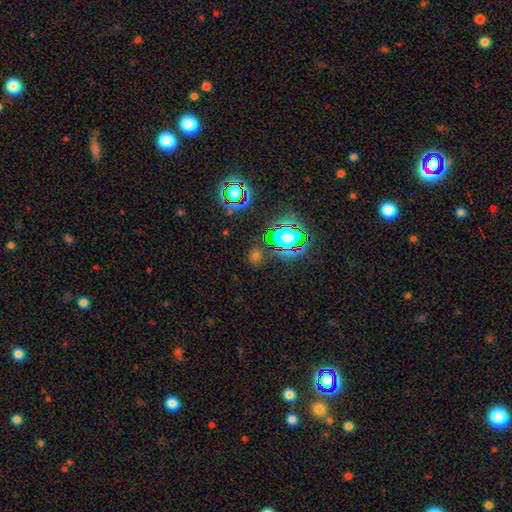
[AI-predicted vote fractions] smooth-or-featured: star or artifact: 50% | smooth: 41% | featured or disk: 9%